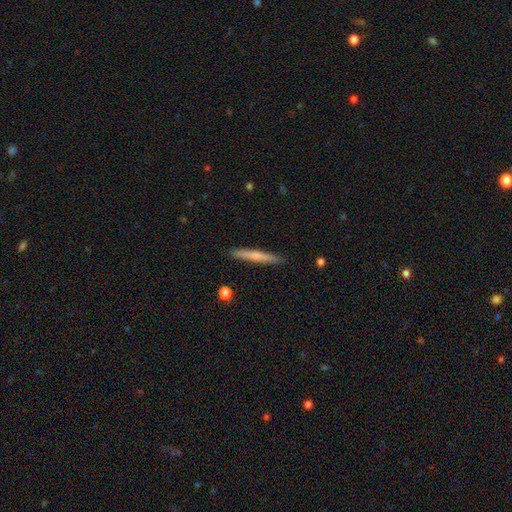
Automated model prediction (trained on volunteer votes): Smooth or featured? smooth (63%)
How rounded? cigar-shaped (96%)
Merging? none (91%)